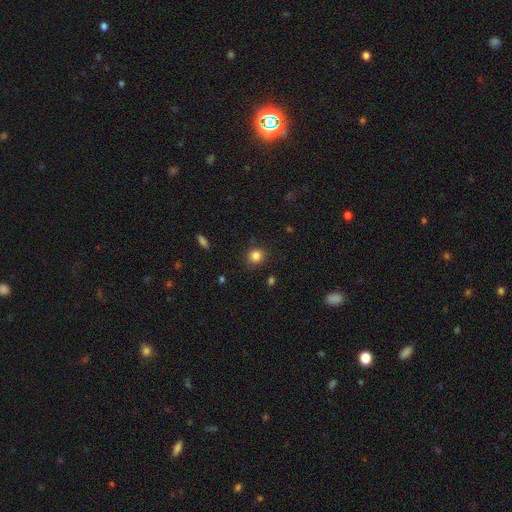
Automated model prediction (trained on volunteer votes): This appears to be a smooth galaxy with no disk features (84%) that is round (85%). Merging: none (85%).